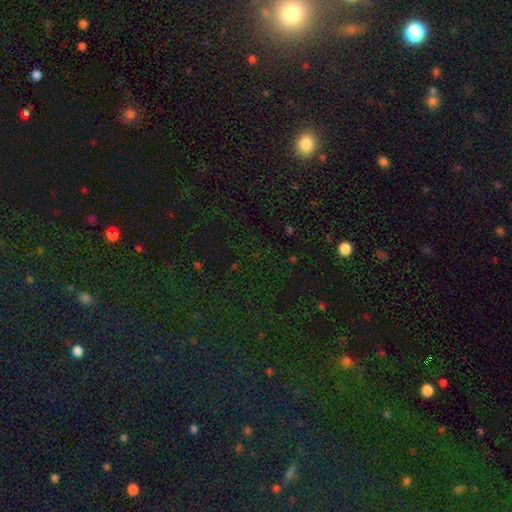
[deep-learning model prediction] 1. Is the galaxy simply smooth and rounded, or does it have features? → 68% star or artifact, 23% smooth, 9% featured or disk.